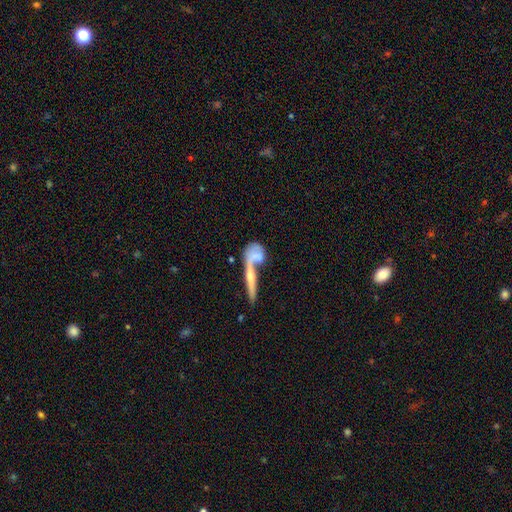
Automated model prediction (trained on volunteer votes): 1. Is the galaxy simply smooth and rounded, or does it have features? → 49% featured or disk, 44% smooth, 8% star or artifact.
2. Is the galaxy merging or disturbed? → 45% merger, 27% none, 17% major disturbance, 11% minor disturbance.